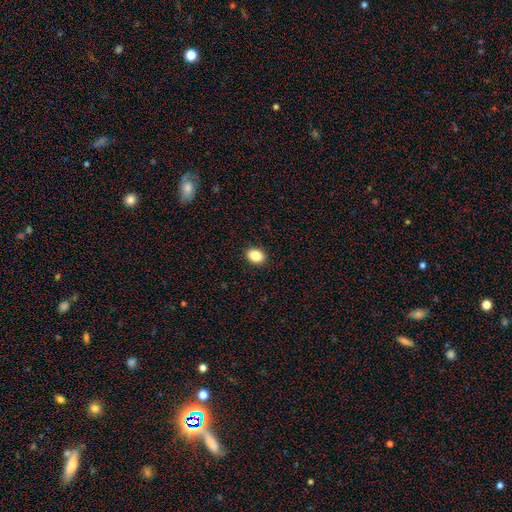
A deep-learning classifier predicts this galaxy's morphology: Overall: smooth (86%). How rounded: in between (65%; round 34%). Merging: none (91%).